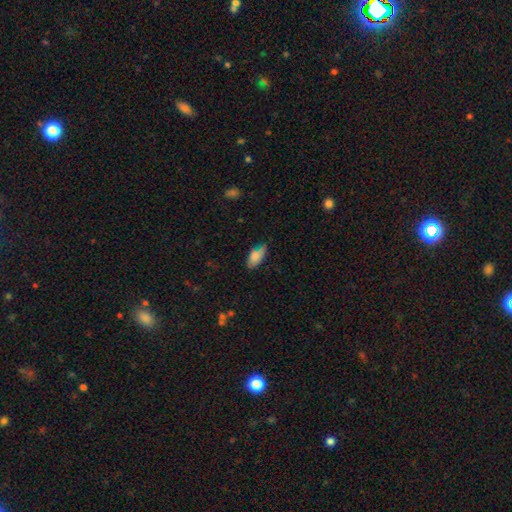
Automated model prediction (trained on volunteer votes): Morphology: type=smooth (80%); roundness=in between (90%); merging=none (56%).